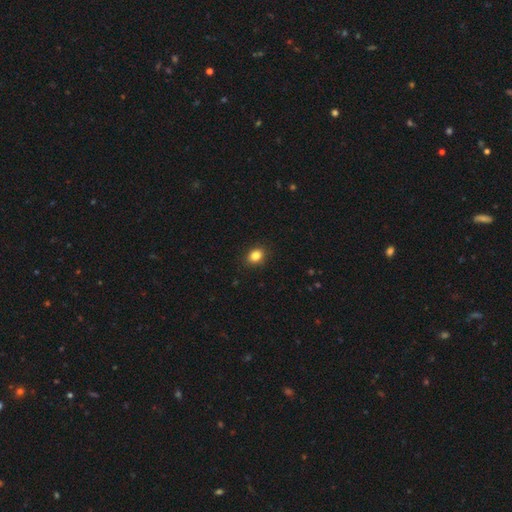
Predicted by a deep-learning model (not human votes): smooth-or-featured: smooth: 85% | star or artifact: 10% | featured or disk: 5%
  how-rounded: in between: 55% | round: 44% | cigar-shaped: 1%
  merging: none: 89% | minor disturbance: 8% | major disturbance: 2% | merger: 1%